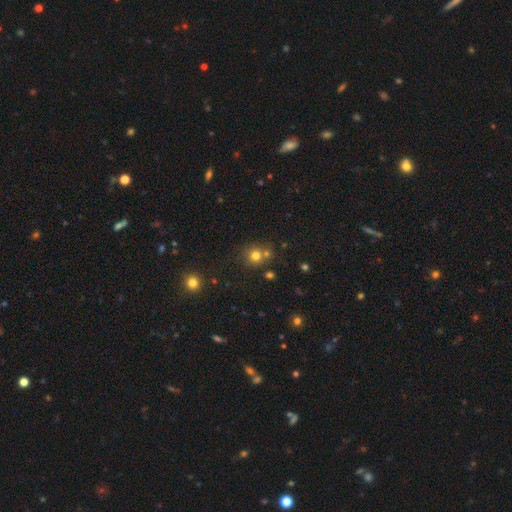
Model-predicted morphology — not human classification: smooth-or-featured: smooth: 74% | star or artifact: 17% | featured or disk: 9%
  how-rounded: round: 88% | in between: 11% | cigar-shaped: 1%
  merging: none: 67% | merger: 20% | minor disturbance: 9% | major disturbance: 4%